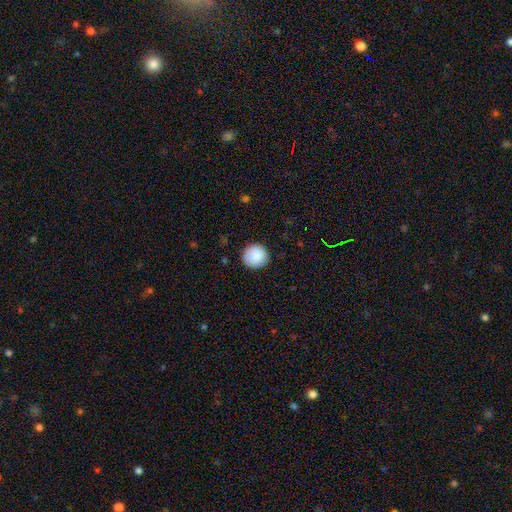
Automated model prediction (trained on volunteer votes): Smooth or featured: smooth — 89% (star or artifact — 7%)
How rounded: round — 93% (in between — 6%)
Merging: none — 89% (minor disturbance — 8%)